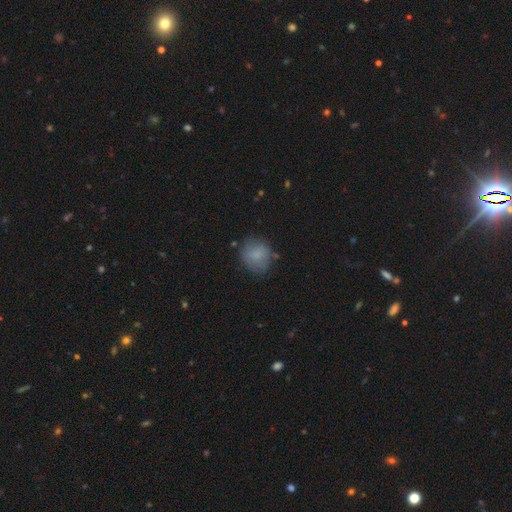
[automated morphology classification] Overall: smooth (77%). How rounded: round (74%). Merging: none (72%).